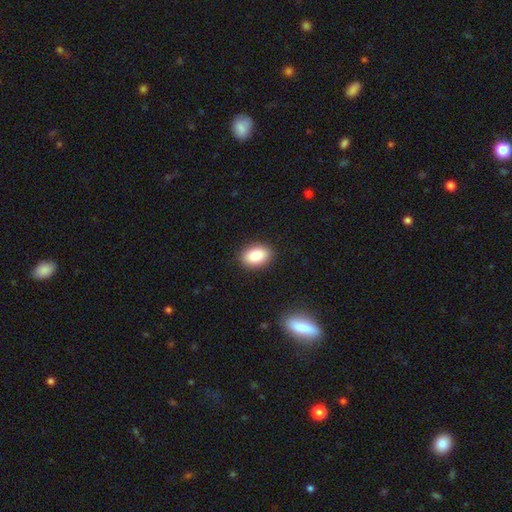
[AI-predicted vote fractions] This appears to be a smooth galaxy with no disk features (86%) that is in between round and cigar-shaped (85%). Merging: none (89%).